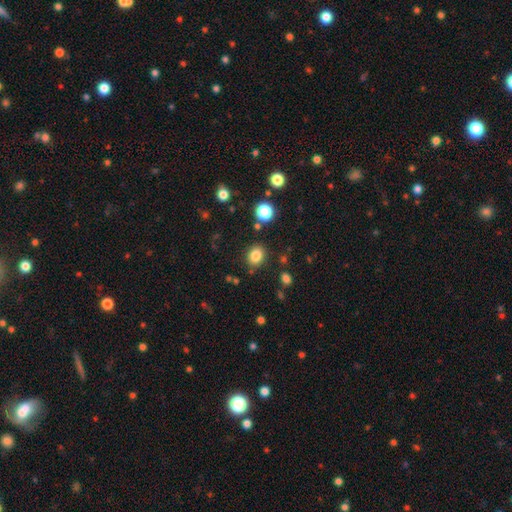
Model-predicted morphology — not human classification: A smooth galaxy with no disk features (83%) that is round (55%). Merging: none (84%).